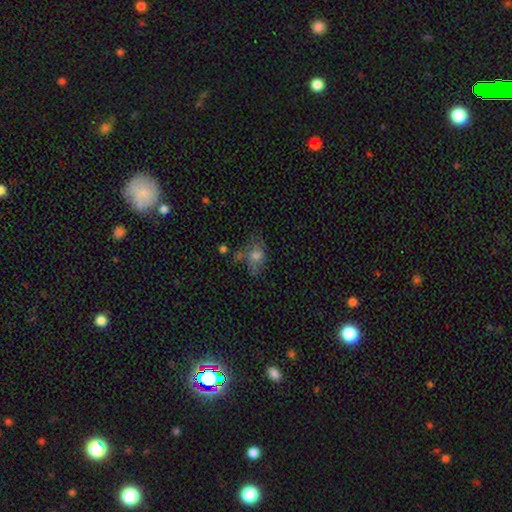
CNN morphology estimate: This is likely a smooth galaxy (69%). How rounded: likely in between (71%). Merging: possibly none (49%).